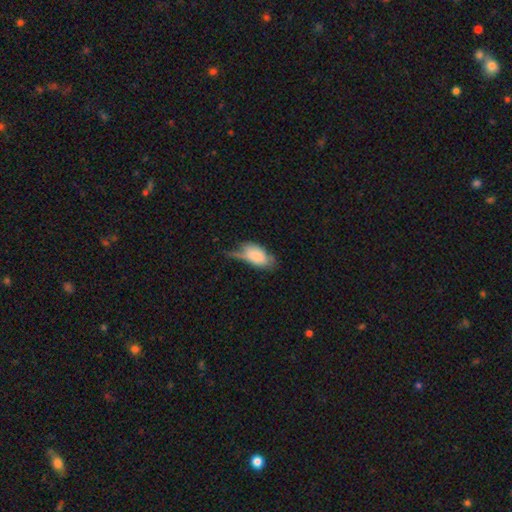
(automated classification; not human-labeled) Smooth or featured? smooth (77%)
How rounded? in between (93%)
Merging? minor disturbance (38%)